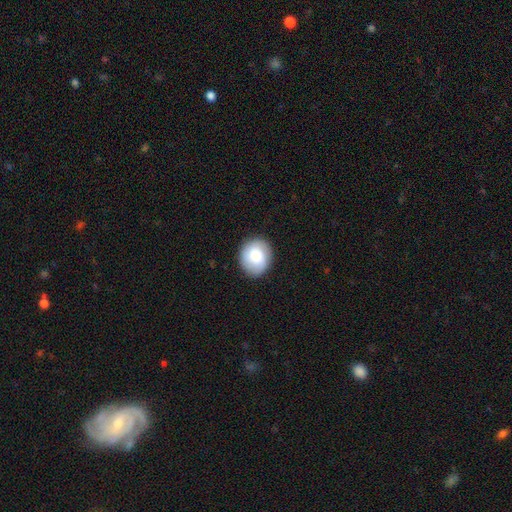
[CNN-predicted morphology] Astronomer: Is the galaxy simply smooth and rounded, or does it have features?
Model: smooth — 75%.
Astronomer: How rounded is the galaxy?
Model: round — 71%.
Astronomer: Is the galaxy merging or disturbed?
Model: none — 87%.